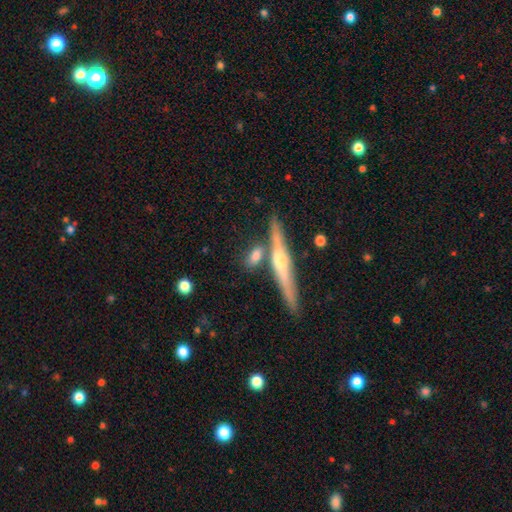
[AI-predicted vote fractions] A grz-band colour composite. It shows a smooth galaxy with no disk features (57%) that is cigar-shaped (51%). Merging: none (67%).